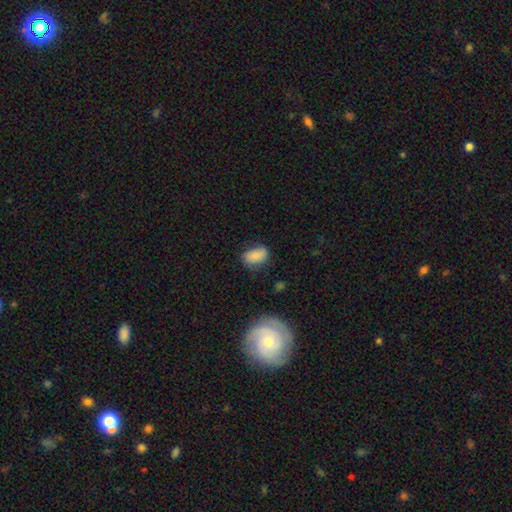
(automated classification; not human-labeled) Smooth or featured? Predicted: smooth (p=0.80). How rounded? Predicted: in between (p=0.87). Merging? Predicted: none (p=0.62).